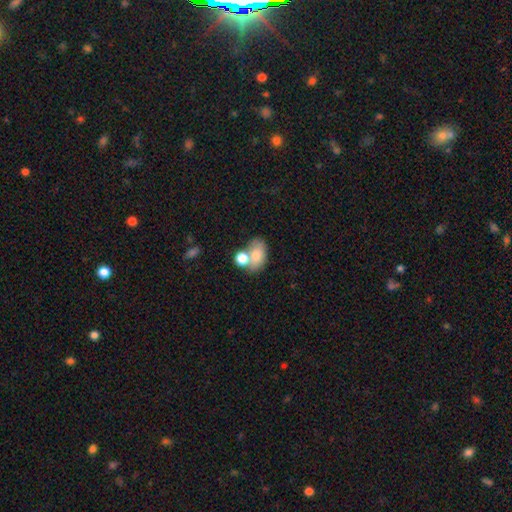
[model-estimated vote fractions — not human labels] Morphology: type=smooth (75%); roundness=in between (81%); merging=none (40%).